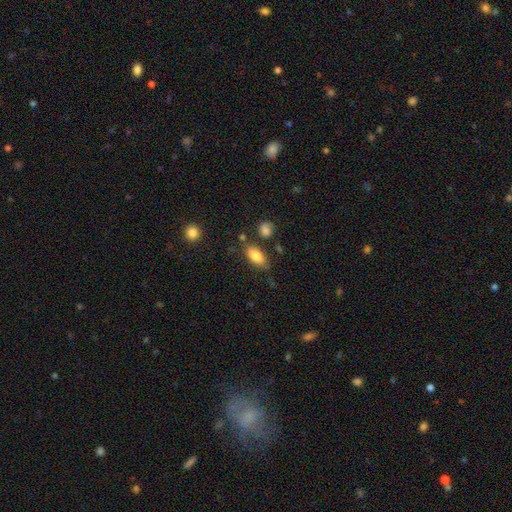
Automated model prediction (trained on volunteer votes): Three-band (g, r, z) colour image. It shows a smooth galaxy with no disk features (82%) that is in between round and cigar-shaped (89%). Merging: none (74%).